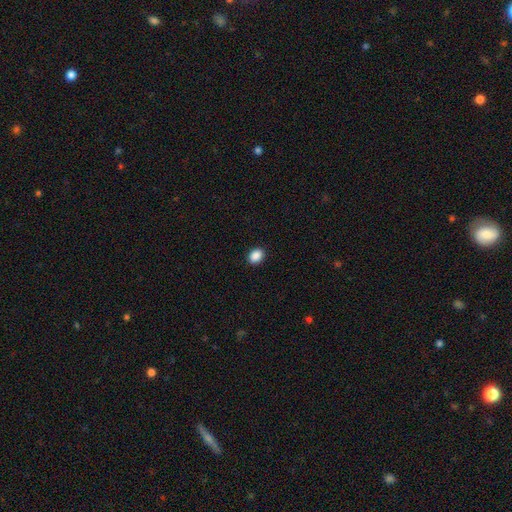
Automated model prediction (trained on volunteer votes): A smooth galaxy with no disk features (89%) that is in between round and cigar-shaped (58%). Merging: none (91%).